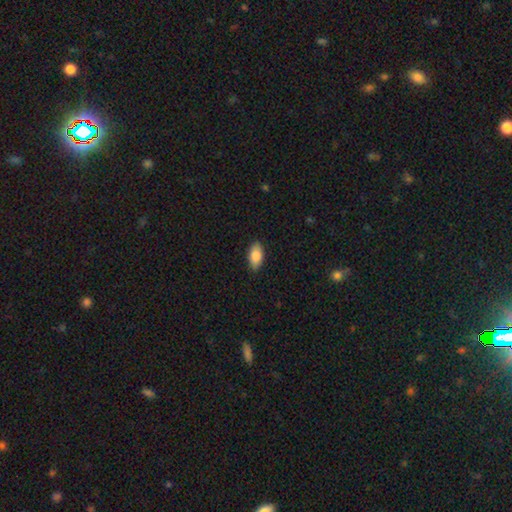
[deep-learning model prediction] Q: Smooth or featured?
A: smooth (86%); runner-up: featured or disk (8%)
Q: How rounded?
A: in between (92%); runner-up: cigar-shaped (5%)
Q: Merging?
A: none (88%); runner-up: minor disturbance (9%)